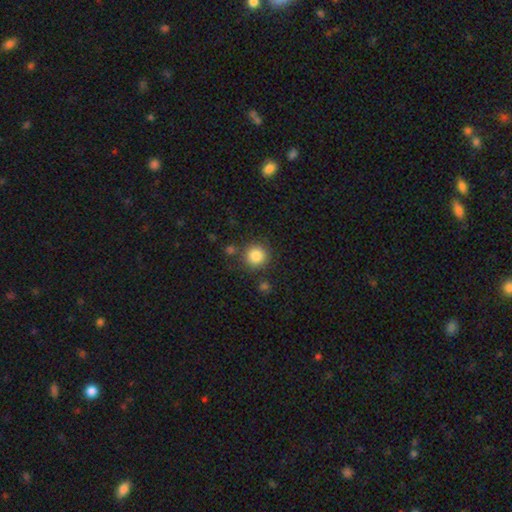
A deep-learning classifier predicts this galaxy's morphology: Smooth or featured? Predicted: smooth (p=0.86). How rounded? Predicted: round (p=0.94). Merging? Predicted: none (p=0.82).